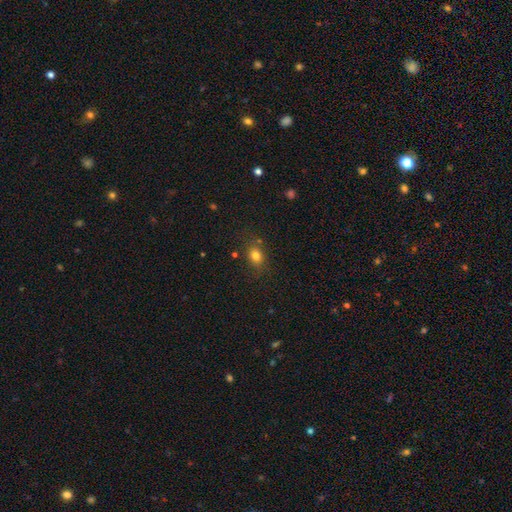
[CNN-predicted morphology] A smooth galaxy with no disk features (79%) that is in between round and cigar-shaped (60%).

Vote fractions:
- Smooth or featured? smooth: 79% / star or artifact: 13% / featured or disk: 8%
- How rounded? in between: 60% / round: 39% / cigar-shaped: 2%
- Merging? none: 77% / minor disturbance: 14% / major disturbance: 5% / merger: 4%